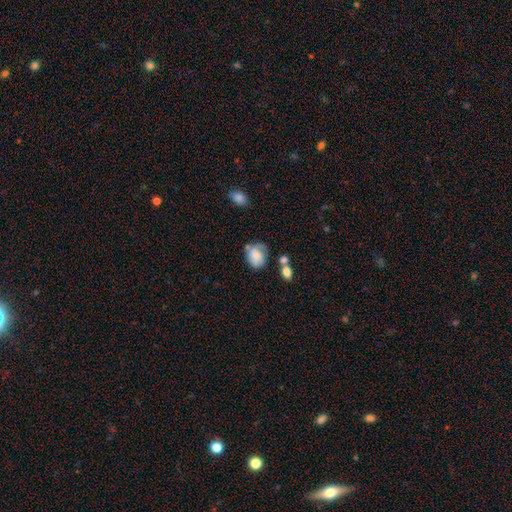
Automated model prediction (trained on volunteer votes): The model was most divided on "how rounded": in between: 54%, round: 45%, cigar-shaped: 1%. Remaining: smooth or featured — smooth (66%); merging — none (45%).